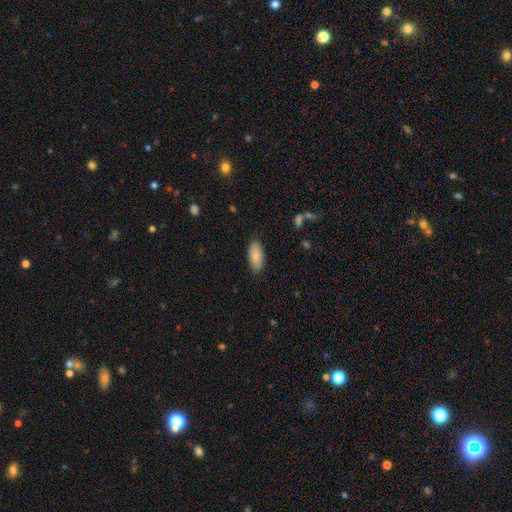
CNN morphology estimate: Smooth or featured?
  - smooth: 85% *
  - featured or disk: 9%
  - star or artifact: 6%
How rounded?
  - in between: 87% *
  - cigar-shaped: 11%
  - round: 2%
Merging?
  - none: 86% *
  - minor disturbance: 10%
  - major disturbance: 2%
  - merger: 1%